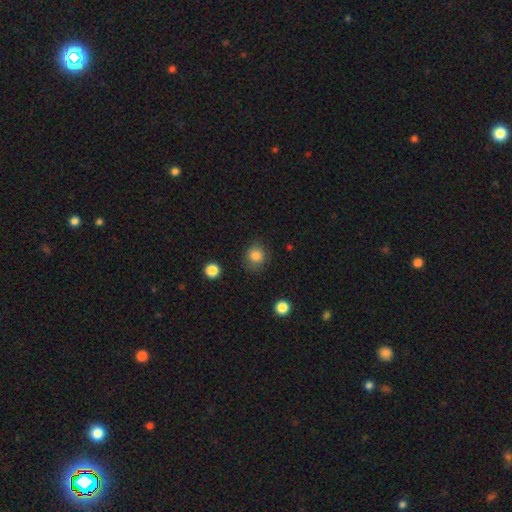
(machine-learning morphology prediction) A smooth galaxy with no disk features (84%) that is round (86%).

Vote fractions:
- Smooth or featured? smooth: 84% / star or artifact: 10% / featured or disk: 6%
- How rounded? round: 86% / in between: 13% / cigar-shaped: 1%
- Merging? none: 80% / minor disturbance: 14% / major disturbance: 5% / merger: 1%